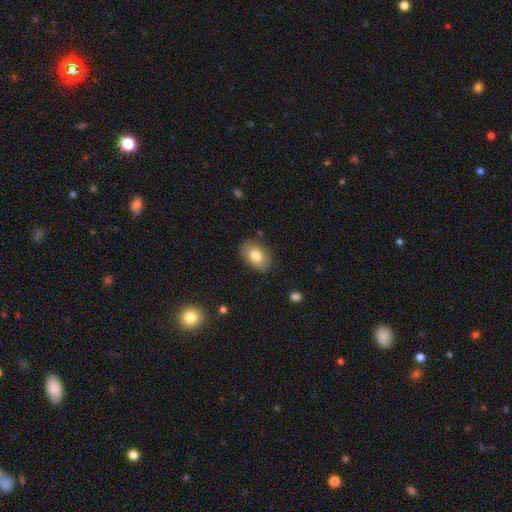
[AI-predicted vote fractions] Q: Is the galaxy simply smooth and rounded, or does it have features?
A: smooth — 81%.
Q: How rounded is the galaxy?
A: in between — 85%.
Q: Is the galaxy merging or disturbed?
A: none — 81%.